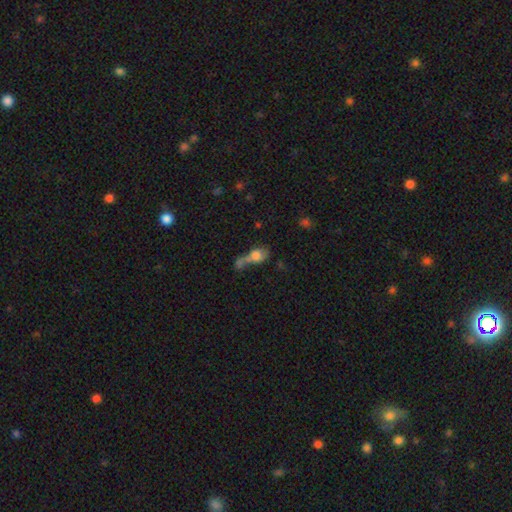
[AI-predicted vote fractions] Smooth or featured? Predicted: smooth (p=0.66). How rounded? Predicted: in between (p=0.56). Merging? Predicted: merger (p=0.52).